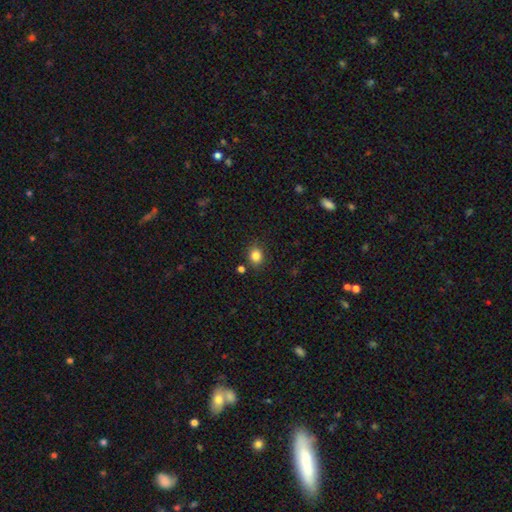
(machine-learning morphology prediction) smooth-or-featured: smooth: 84% | star or artifact: 11% | featured or disk: 5%
  how-rounded: round: 66% | in between: 34% | cigar-shaped: 1%
  merging: none: 83% | minor disturbance: 10% | merger: 4% | major disturbance: 3%